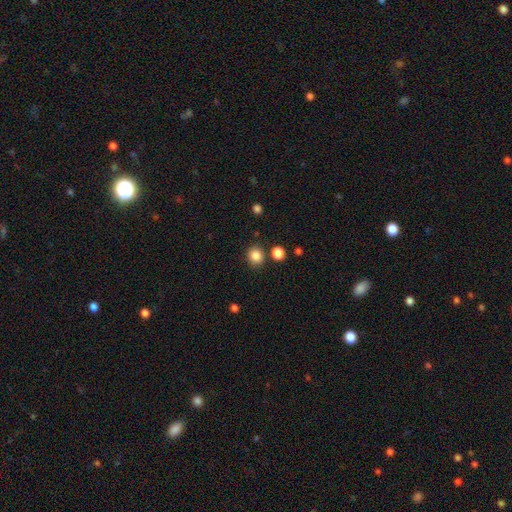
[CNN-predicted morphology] smooth-or-featured: smooth: 85% | star or artifact: 11% | featured or disk: 4%
  how-rounded: round: 84% | in between: 15% | cigar-shaped: 1%
  merging: none: 85% | minor disturbance: 7% | merger: 5% | major disturbance: 2%